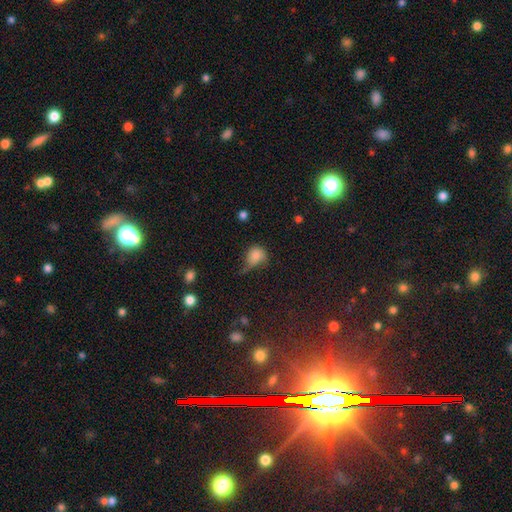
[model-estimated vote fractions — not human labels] Morphology: type=smooth (74%); roundness=round (63%); merging=minor disturbance (37%).